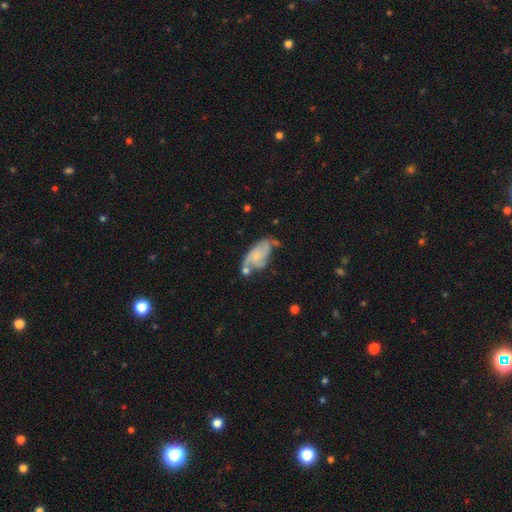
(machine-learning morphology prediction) smooth_or_featured: featured or disk (p=0.60) [alt: smooth p=0.30]
disk_edge_on: no (p=0.93) [alt: yes p=0.07]
bar: no (p=0.75) [alt: weak p=0.21]
has_spiral_arms: yes (p=0.74) [alt: no p=0.26]
bulge_size: small (p=0.66) [alt: moderate p=0.24]
merging: none (p=0.42) [alt: minor disturbance p=0.27]